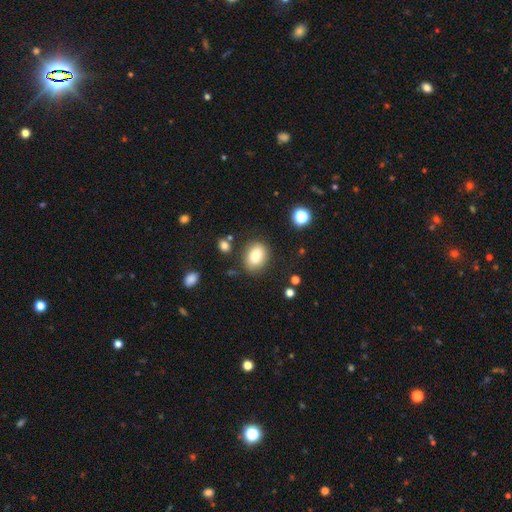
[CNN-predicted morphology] This is clearly a smooth galaxy (81%). How rounded: likely in between (68%). Merging: likely none (78%).